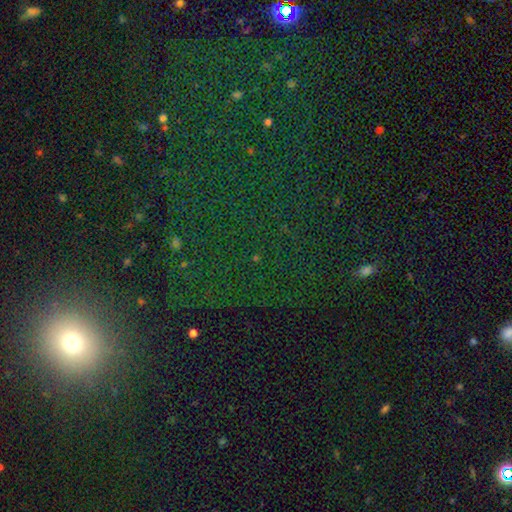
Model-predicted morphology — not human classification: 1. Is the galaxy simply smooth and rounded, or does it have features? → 71% star or artifact, 19% smooth, 10% featured or disk.